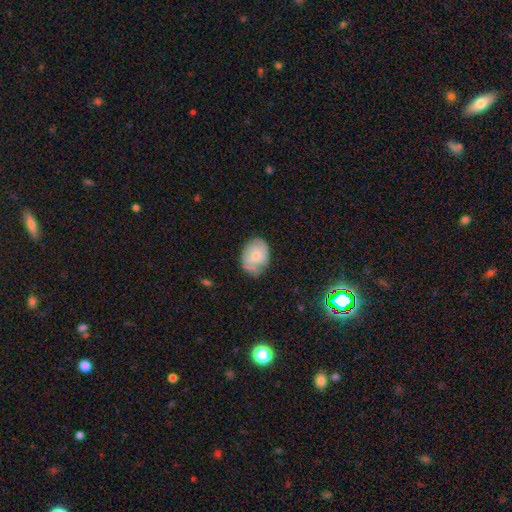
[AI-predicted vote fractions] Smooth or featured: featured or disk — 53% (smooth — 40%)
Edge-on disk: no — 97% (yes — 3%)
Bar: no — 64% (weak — 31%)
Spiral arms: yes — 85% (no — 15%)
Bulge size: small — 67% (moderate — 22%)
Merging: none — 66% (minor disturbance — 25%)